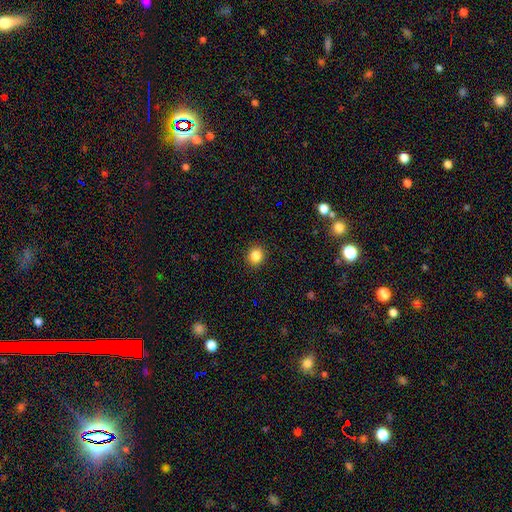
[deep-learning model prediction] Overall: smooth (85%). How rounded: round (82%). Merging: none (91%).